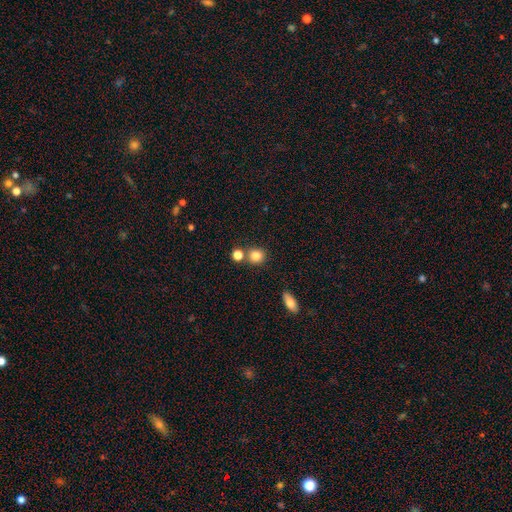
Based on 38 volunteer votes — smooth-or-featured: smooth: 89% | featured or disk: 5% | star or artifact: 5%
  how-rounded: round: 88% | in between: 9% | cigar-shaped: 3%
  merging: none: 69% | merger: 25% | minor disturbance: 6% | major disturbance: 0%